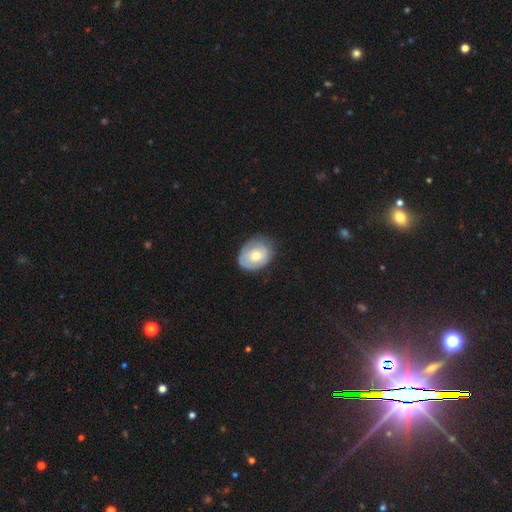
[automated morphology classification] This appears to be a smooth galaxy with no disk features (60%) that is in between round and cigar-shaped (58%). Merging: none (71%).